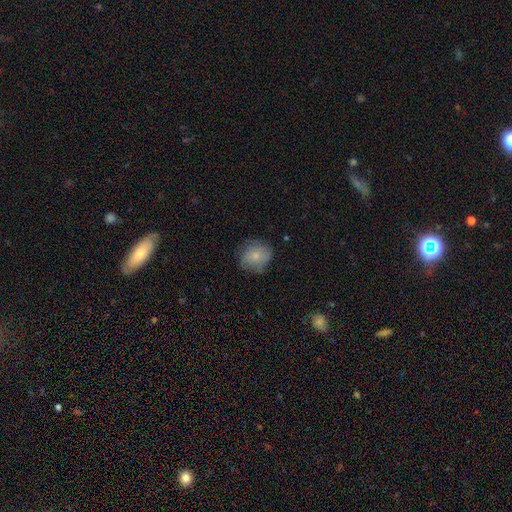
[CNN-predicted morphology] Q: Smooth or featured?
A: smooth (74%); runner-up: featured or disk (19%)
Q: How rounded?
A: round (75%); runner-up: in between (24%)
Q: Merging?
A: none (68%); runner-up: minor disturbance (24%)